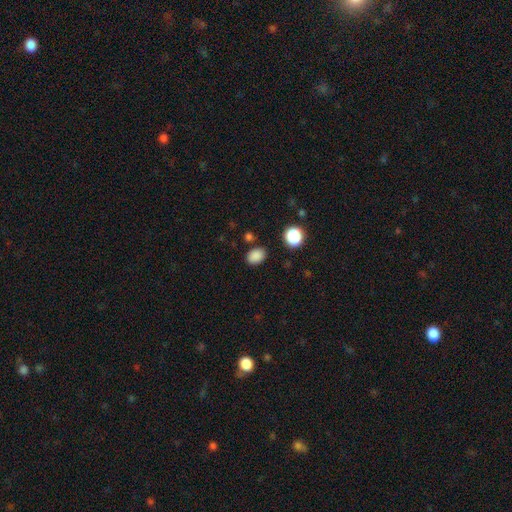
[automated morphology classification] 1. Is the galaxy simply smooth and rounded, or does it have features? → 85% smooth, 12% star or artifact, 4% featured or disk.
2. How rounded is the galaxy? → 65% in between, 34% round, 1% cigar-shaped.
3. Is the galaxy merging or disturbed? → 82% none, 11% minor disturbance, 4% merger, 3% major disturbance.